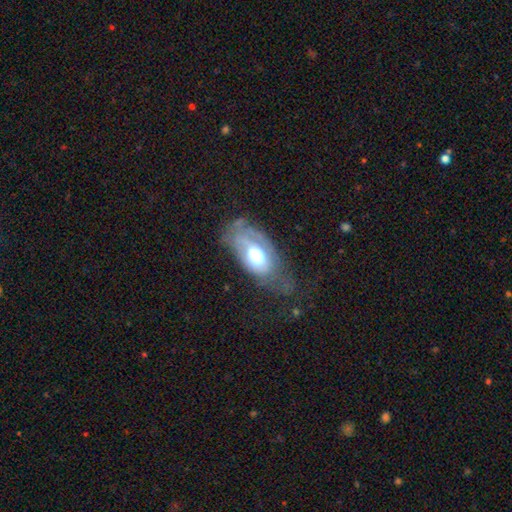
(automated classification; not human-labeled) Smooth or featured? featured or disk (53%)
Edge-on disk? no (89%)
Merging? none (35%)